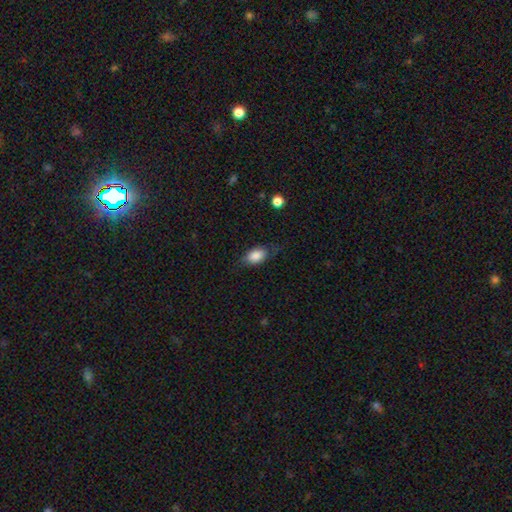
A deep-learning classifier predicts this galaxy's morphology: type=smooth (79%); roundness=in between (88%); merging=none (67%).